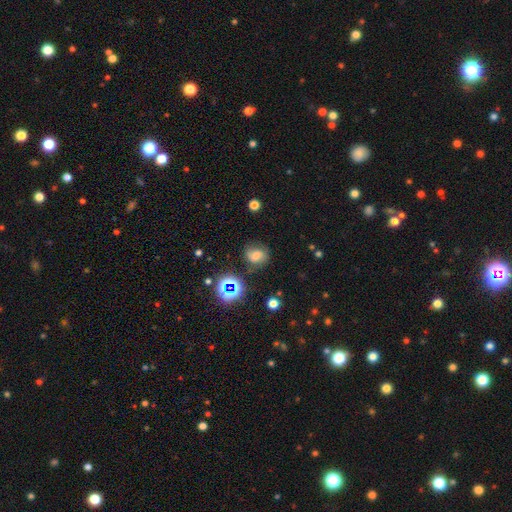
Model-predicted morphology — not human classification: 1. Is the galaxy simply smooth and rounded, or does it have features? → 52% smooth, 24% star or artifact, 23% featured or disk.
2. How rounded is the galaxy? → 61% round, 38% in between, 1% cigar-shaped.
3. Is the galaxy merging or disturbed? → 68% none, 21% minor disturbance, 9% major disturbance, 3% merger.